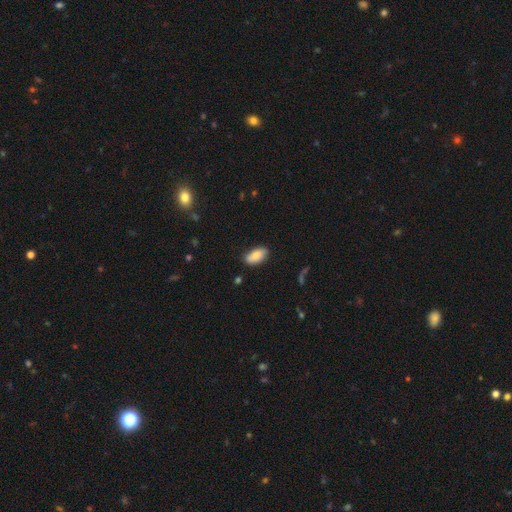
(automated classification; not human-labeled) Smooth or featured?
  - smooth: 81% *
  - featured or disk: 13%
  - star or artifact: 7%
How rounded?
  - in between: 92% *
  - cigar-shaped: 5%
  - round: 3%
Merging?
  - none: 81% *
  - minor disturbance: 15%
  - major disturbance: 3%
  - merger: 2%